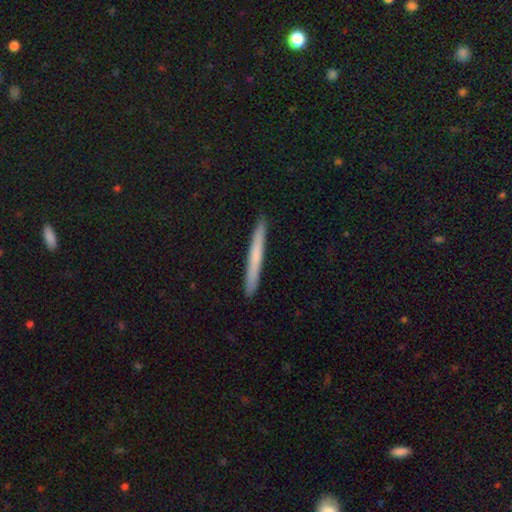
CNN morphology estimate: Smooth or featured? Predicted: smooth (p=0.62). How rounded? Predicted: cigar-shaped (p=0.97). Merging? Predicted: none (p=0.92).